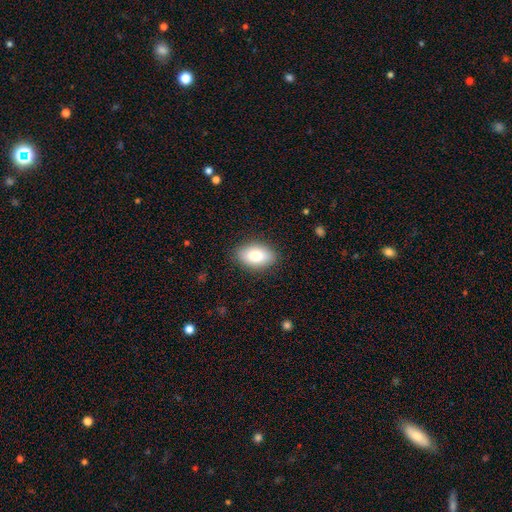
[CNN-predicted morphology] A smooth galaxy with no disk features (82%) that is in between round and cigar-shaped (90%).

Vote fractions:
- Smooth or featured? smooth: 82% / featured or disk: 11% / star or artifact: 7%
- How rounded? in between: 90% / round: 8% / cigar-shaped: 2%
- Merging? none: 87% / minor disturbance: 10% / major disturbance: 3% / merger: 1%